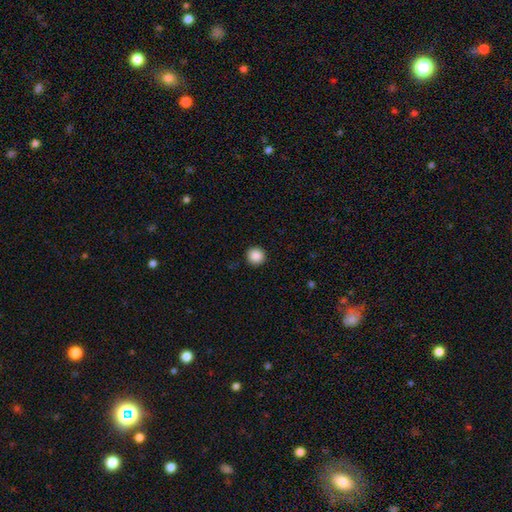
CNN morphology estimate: Q: Smooth or featured?
A: smooth (88%); runner-up: star or artifact (9%)
Q: How rounded?
A: round (95%); runner-up: in between (4%)
Q: Merging?
A: none (92%); runner-up: minor disturbance (5%)